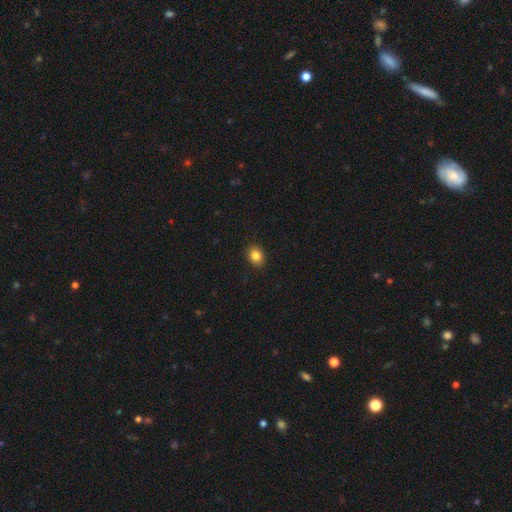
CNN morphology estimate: Smooth or featured: smooth — 84% (star or artifact — 10%)
How rounded: in between — 55% (round — 44%)
Merging: none — 90% (minor disturbance — 7%)